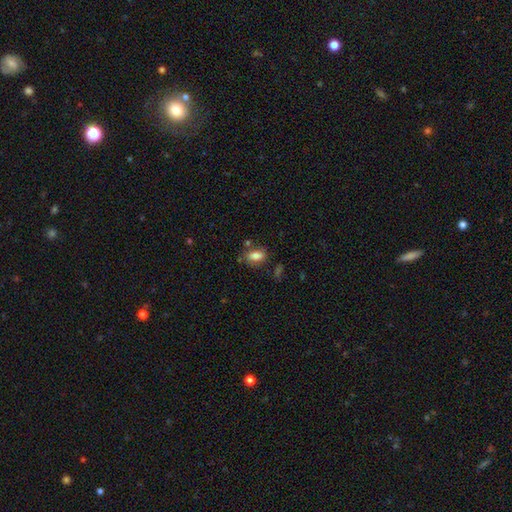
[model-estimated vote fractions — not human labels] Smooth or featured? Predicted: smooth (p=0.82). How rounded? Predicted: in between (p=0.85). Merging? Predicted: none (p=0.70).